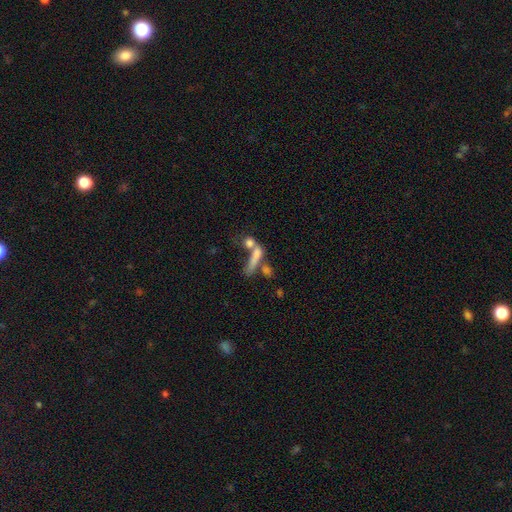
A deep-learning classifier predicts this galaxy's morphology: This is possibly a smooth galaxy (59%). How rounded: possibly cigar-shaped (53%). Merging: possibly merger (50%).